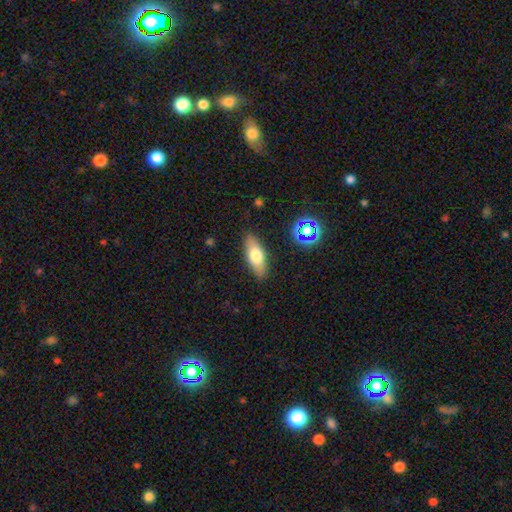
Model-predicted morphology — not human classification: Smooth or featured?
  - smooth: 69% *
  - featured or disk: 22%
  - star or artifact: 8%
How rounded?
  - in between: 73% *
  - cigar-shaped: 24%
  - round: 3%
Merging?
  - none: 87% *
  - minor disturbance: 10%
  - major disturbance: 2%
  - merger: 1%